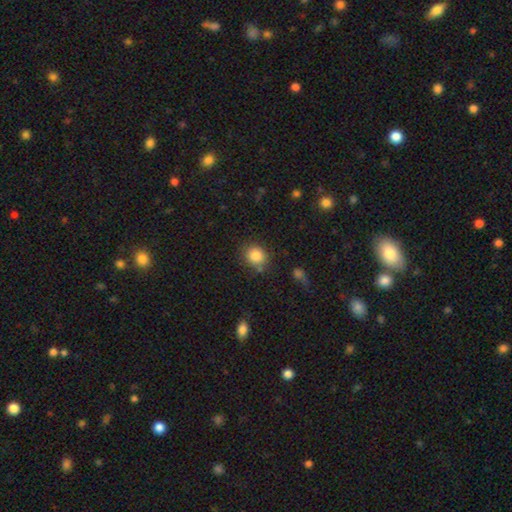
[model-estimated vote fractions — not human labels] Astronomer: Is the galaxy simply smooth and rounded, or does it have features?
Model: smooth — 85%.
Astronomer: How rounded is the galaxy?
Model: round — 77%.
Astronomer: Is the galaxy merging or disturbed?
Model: none — 76%.